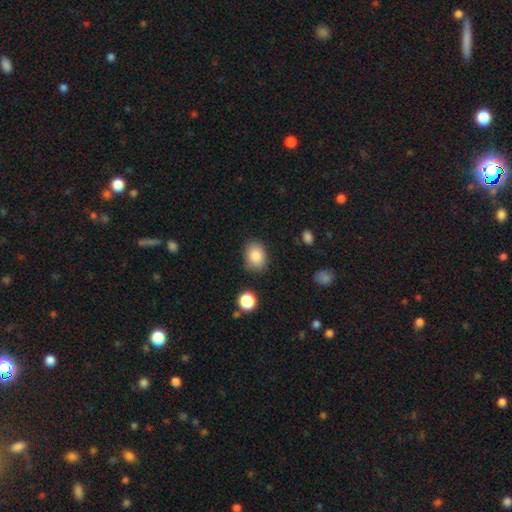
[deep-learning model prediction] A smooth galaxy with no disk features (85%) that is in between round and cigar-shaped (60%).

Vote fractions:
- Smooth or featured? smooth: 85% / star or artifact: 9% / featured or disk: 6%
- How rounded? in between: 60% / round: 39% / cigar-shaped: 1%
- Merging? none: 80% / minor disturbance: 14% / major disturbance: 3% / merger: 3%